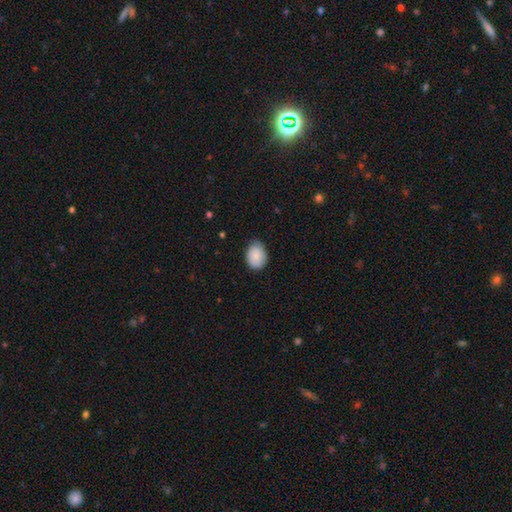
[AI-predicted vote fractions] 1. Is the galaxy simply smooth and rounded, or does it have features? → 88% smooth, 7% star or artifact, 5% featured or disk.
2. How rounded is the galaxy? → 68% in between, 31% round, 1% cigar-shaped.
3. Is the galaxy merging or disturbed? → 74% none, 21% minor disturbance, 3% major disturbance, 1% merger.